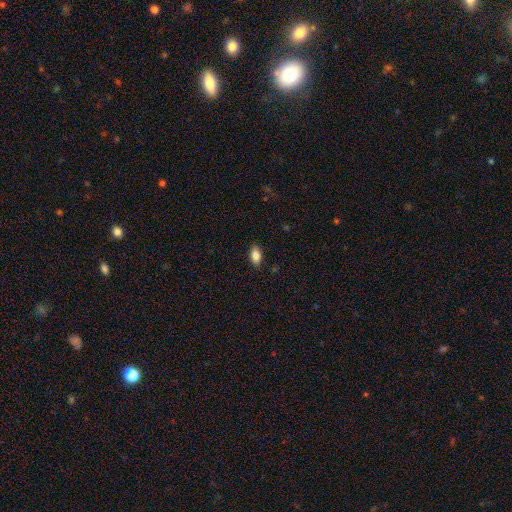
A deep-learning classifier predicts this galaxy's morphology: Smooth or featured? smooth (85%)
How rounded? in between (91%)
Merging? none (86%)